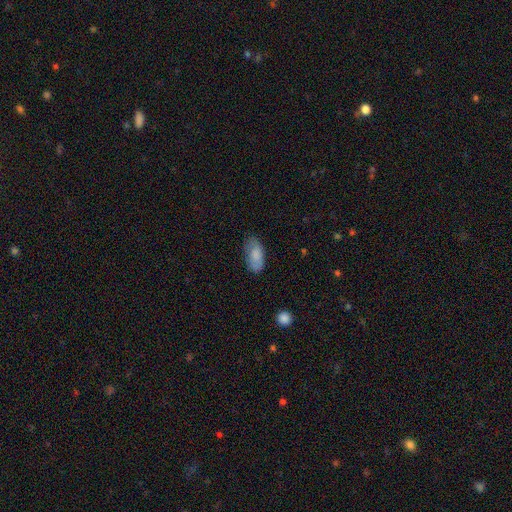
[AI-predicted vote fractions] A smooth galaxy with no disk features (83%) that is in between round and cigar-shaped (92%).

Vote fractions:
- Smooth or featured? smooth: 83% / featured or disk: 11% / star or artifact: 6%
- How rounded? in between: 92% / cigar-shaped: 5% / round: 2%
- Merging? none: 69% / minor disturbance: 24% / major disturbance: 6% / merger: 1%